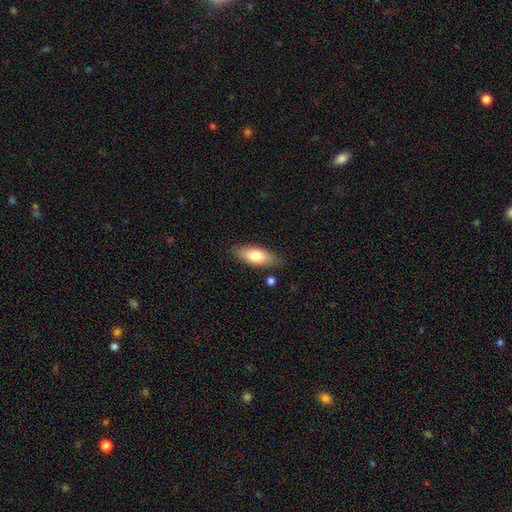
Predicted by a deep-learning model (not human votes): Smooth or featured? Predicted: smooth (p=0.74). How rounded? Predicted: in between (p=0.75). Merging? Predicted: none (p=0.82).